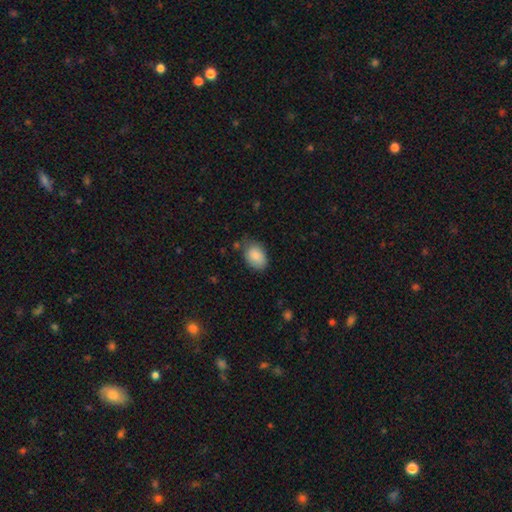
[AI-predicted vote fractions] smooth 87%, star or artifact 7%, featured or disk 6%. Down the decision tree: how rounded — in between (82%); merging — none (68%).